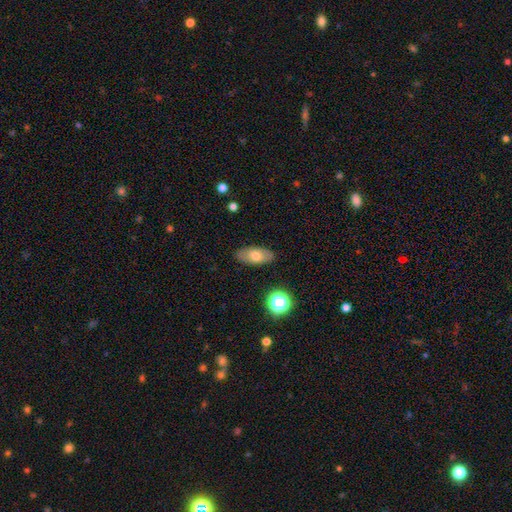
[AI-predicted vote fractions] This is likely a smooth galaxy (67%). How rounded: clearly in between (88%). Merging: clearly none (85%).